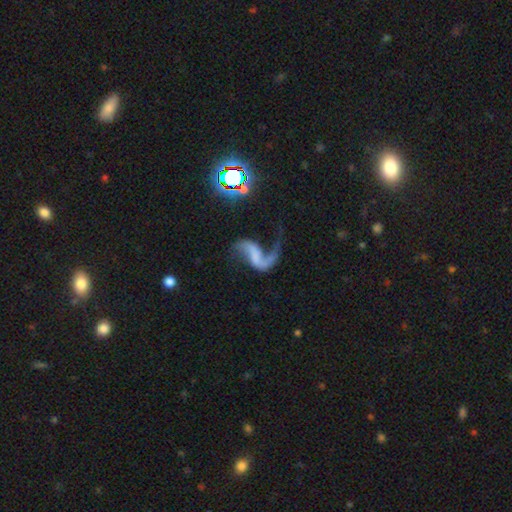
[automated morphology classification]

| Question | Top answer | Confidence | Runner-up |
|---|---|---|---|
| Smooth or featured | featured or disk | 84% | smooth (8%) |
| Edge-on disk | no | 97% | yes (3%) |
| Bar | no | 40% | weak (37%) |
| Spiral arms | yes | 94% | no (6%) |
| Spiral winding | loose | 88% | medium (10%) |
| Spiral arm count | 2 | 85% | 1 (11%) |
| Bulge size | none | 64% | small (17%) |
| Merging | none | 53% | major disturbance (24%) |